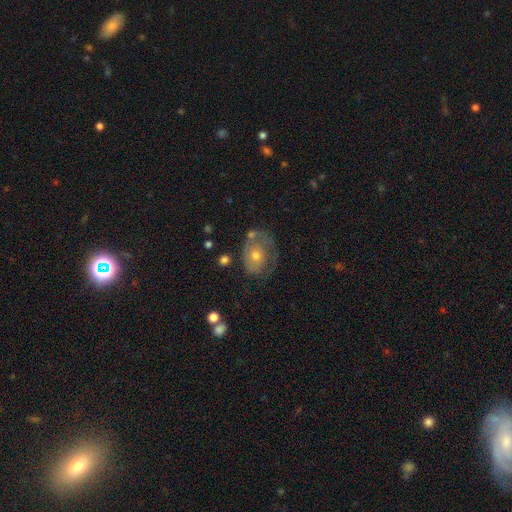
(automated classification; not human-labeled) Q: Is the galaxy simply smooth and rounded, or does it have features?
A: featured or disk — 55%.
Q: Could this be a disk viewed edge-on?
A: no — 96%.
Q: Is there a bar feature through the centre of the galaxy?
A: no — 86%.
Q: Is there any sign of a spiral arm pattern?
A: yes — 55%.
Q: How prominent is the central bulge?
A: moderate — 60%.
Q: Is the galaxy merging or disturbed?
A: none — 53%.